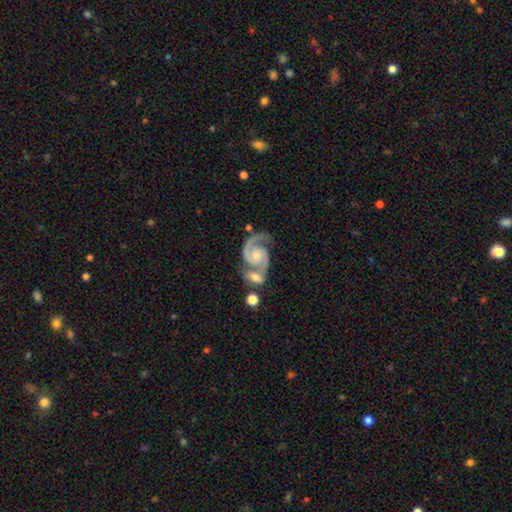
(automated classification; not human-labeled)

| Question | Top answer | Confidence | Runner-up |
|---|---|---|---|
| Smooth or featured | featured or disk | 91% | smooth (4%) |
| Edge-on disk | no | 98% | yes (2%) |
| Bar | no | 67% | weak (26%) |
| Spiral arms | yes | 98% | no (2%) |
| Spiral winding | medium | 53% | tight (34%) |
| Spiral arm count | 2 | 90% | 1 (5%) |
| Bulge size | small | 45% | moderate (42%) |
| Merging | none | 41% | merger (36%) |